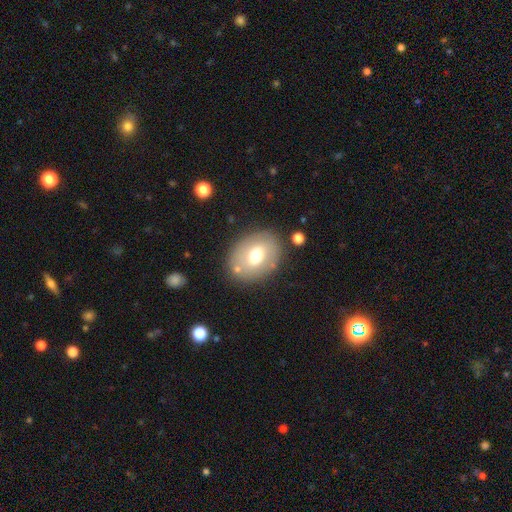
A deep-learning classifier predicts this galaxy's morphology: Smooth or featured?
  - smooth: 65% *
  - featured or disk: 26%
  - star or artifact: 9%
How rounded?
  - in between: 64% *
  - round: 35%
  - cigar-shaped: 1%
Merging?
  - none: 79% *
  - minor disturbance: 12%
  - merger: 5%
  - major disturbance: 4%